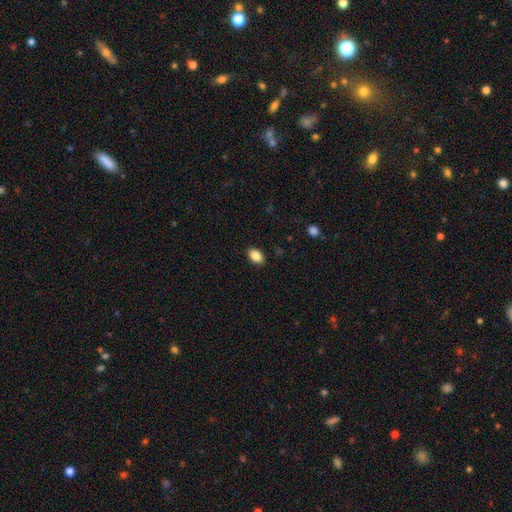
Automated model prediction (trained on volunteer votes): smooth-or-featured: smooth: 86% | star or artifact: 8% | featured or disk: 6%
  how-rounded: in between: 89% | round: 10% | cigar-shaped: 1%
  merging: none: 89% | minor disturbance: 8% | major disturbance: 2% | merger: 1%